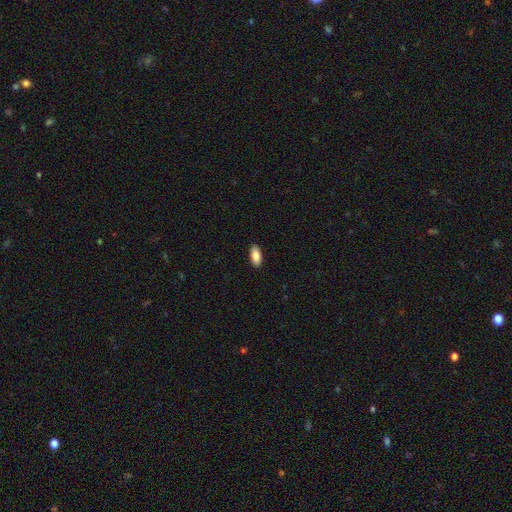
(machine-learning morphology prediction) This appears to be a smooth galaxy with no disk features (86%) that is in between round and cigar-shaped (90%). Merging: none (90%).